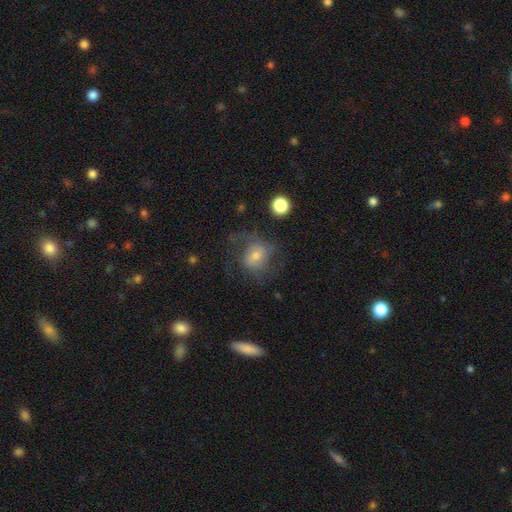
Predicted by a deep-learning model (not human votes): smooth-or-featured: featured or disk: 49% | smooth: 40% | star or artifact: 12%
  merging: none: 50% | major disturbance: 27% | minor disturbance: 21% | merger: 2%